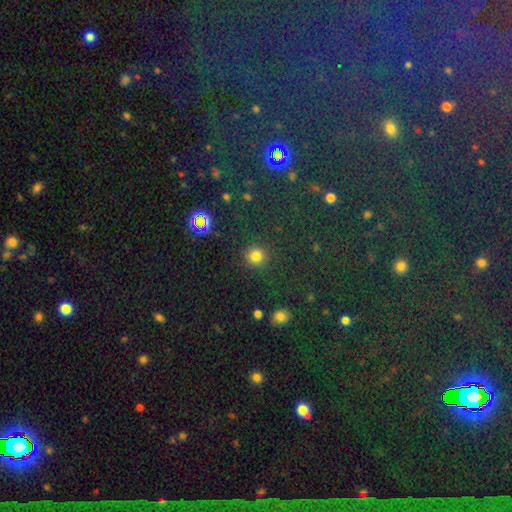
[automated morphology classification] Smooth or featured? smooth (77%)
How rounded? round (93%)
Merging? none (89%)